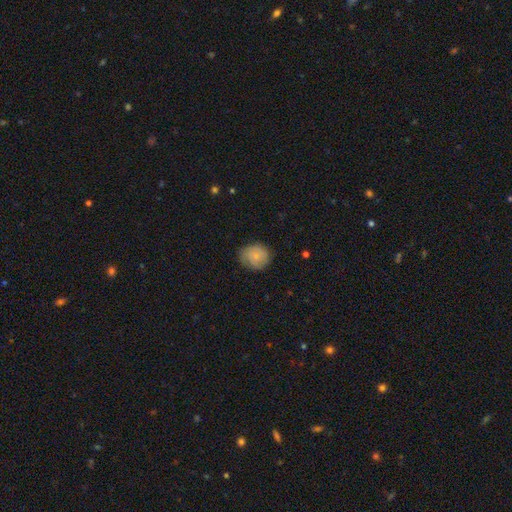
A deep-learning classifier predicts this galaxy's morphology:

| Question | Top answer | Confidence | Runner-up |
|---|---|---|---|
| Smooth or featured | smooth | 74% | featured or disk (18%) |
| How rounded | round | 75% | in between (24%) |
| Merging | none | 71% | minor disturbance (22%) |